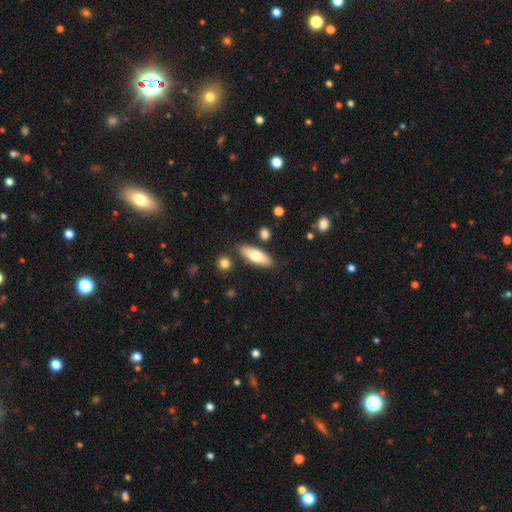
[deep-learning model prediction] The model was most divided on "how rounded": in between: 60%, cigar-shaped: 37%, round: 3%. More confident: merging — none (83%); smooth or featured — smooth (65%).